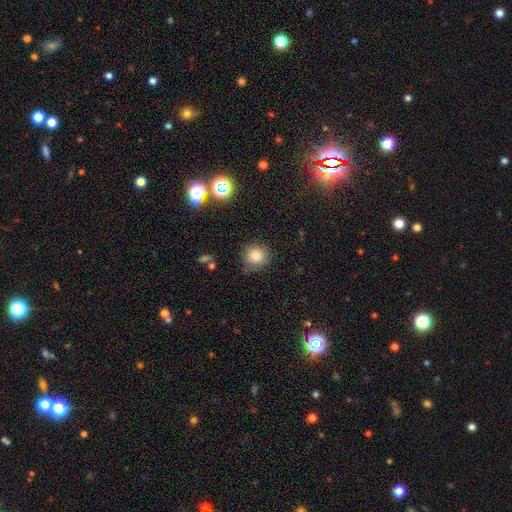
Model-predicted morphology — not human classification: Smooth or featured: smooth — 83% (star or artifact — 12%)
How rounded: round — 87% (in between — 12%)
Merging: none — 75% (minor disturbance — 18%)